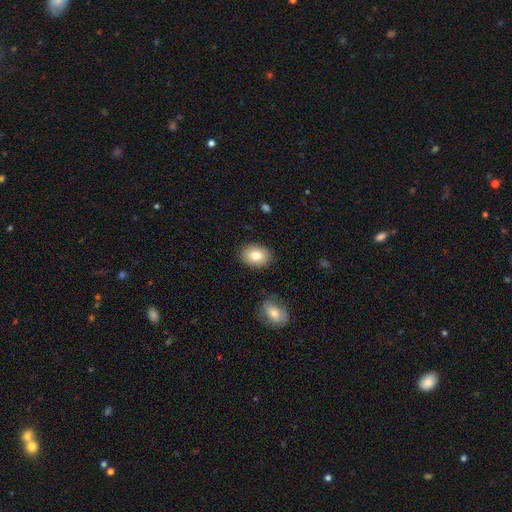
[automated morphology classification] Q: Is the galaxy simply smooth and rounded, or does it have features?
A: smooth — 80%.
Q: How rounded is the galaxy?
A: in between — 70%.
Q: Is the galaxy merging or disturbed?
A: none — 86%.